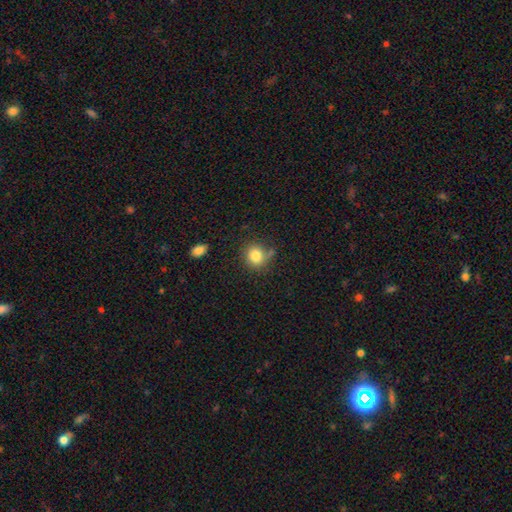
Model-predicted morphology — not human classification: Smooth or featured: smooth — 82% (star or artifact — 10%)
How rounded: round — 81% (in between — 18%)
Merging: none — 68% (minor disturbance — 18%)